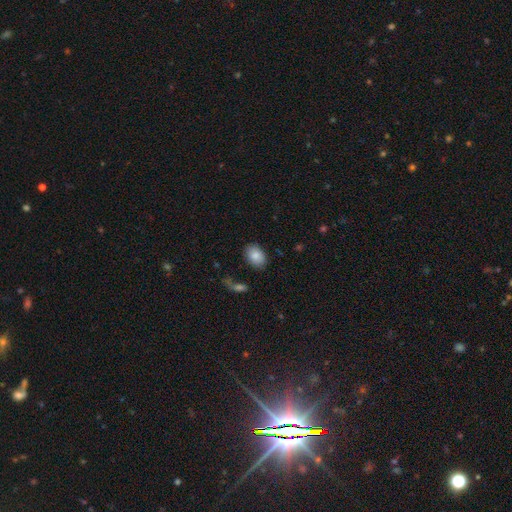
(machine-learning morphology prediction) A smooth galaxy with no disk features (85%) that is in between round and cigar-shaped (79%).

Vote fractions:
- Smooth or featured? smooth: 85% / featured or disk: 8% / star or artifact: 7%
- How rounded? in between: 79% / round: 20% / cigar-shaped: 1%
- Merging? none: 82% / minor disturbance: 12% / major disturbance: 4% / merger: 3%